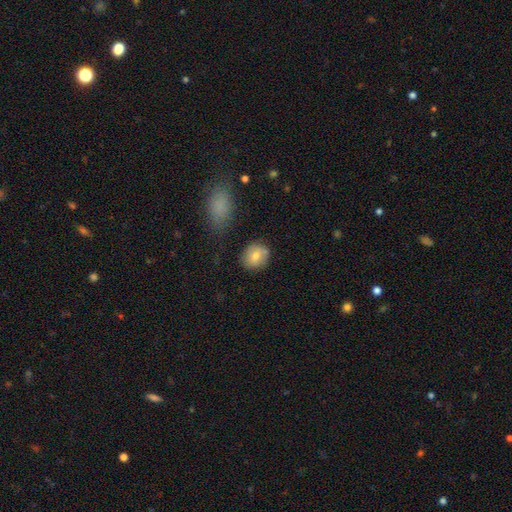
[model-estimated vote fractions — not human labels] smooth-or-featured: smooth: 76% | featured or disk: 17% | star or artifact: 8%
  how-rounded: round: 72% | in between: 27% | cigar-shaped: 1%
  merging: none: 77% | minor disturbance: 14% | merger: 6% | major disturbance: 3%